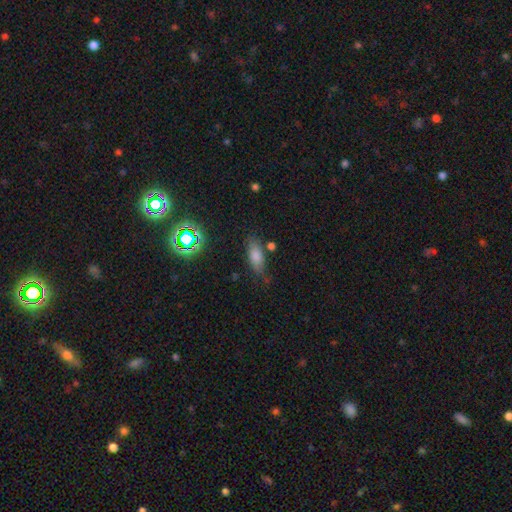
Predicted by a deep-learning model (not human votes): The model was most divided on "how rounded": in between: 75%, cigar-shaped: 20%, round: 5%. More confident: merging — none (74%); smooth or featured — smooth (71%).